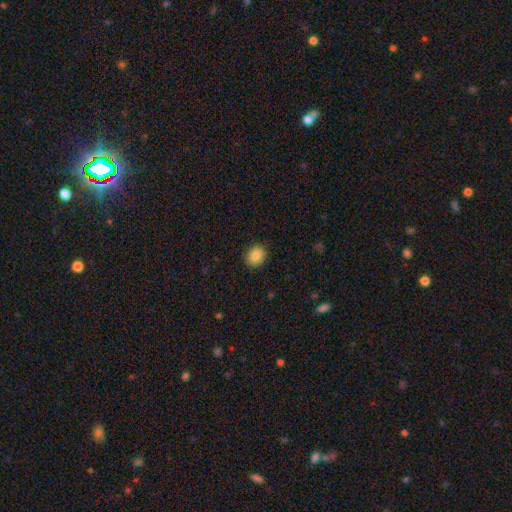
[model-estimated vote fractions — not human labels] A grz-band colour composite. It shows a smooth galaxy with no disk features (86%) that is round (62%). Merging: none (89%).